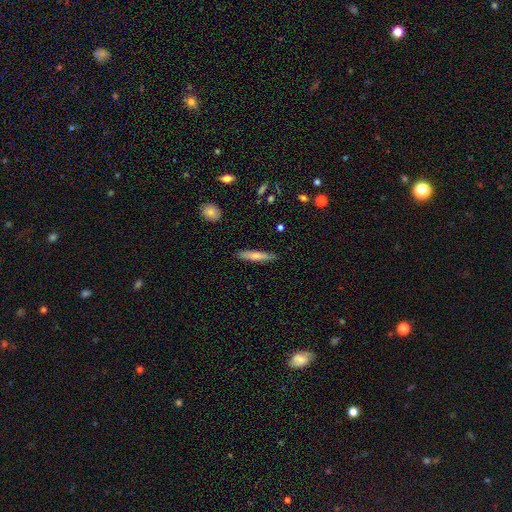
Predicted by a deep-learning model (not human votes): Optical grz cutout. It shows a smooth galaxy with no disk features (69%) that is cigar-shaped (87%). Merging: none (88%).